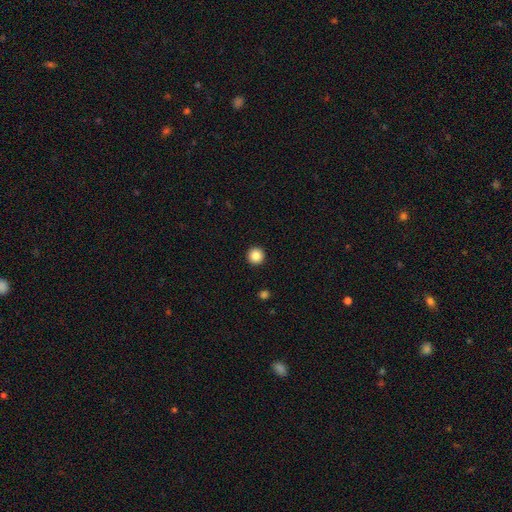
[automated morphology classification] This appears to be a smooth galaxy with no disk features (86%) that is round (97%). Merging: none (94%).